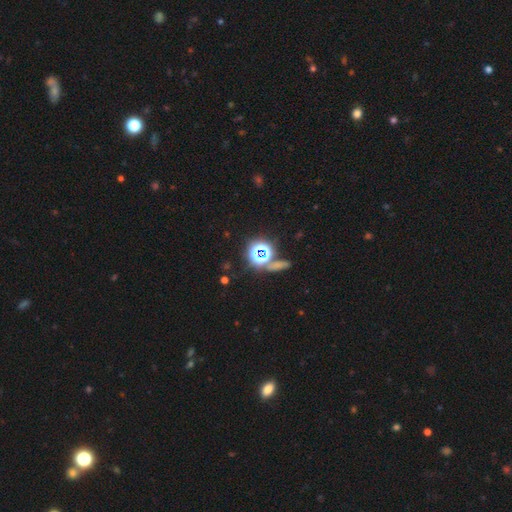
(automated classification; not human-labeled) A star or artifact, not a galaxy (75%).